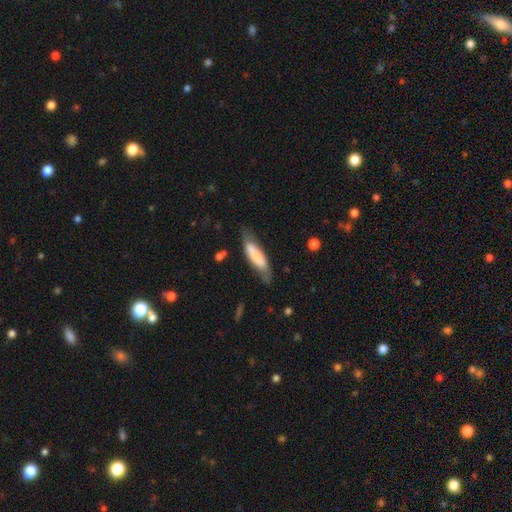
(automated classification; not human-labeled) A smooth galaxy with no disk features (72%) that is cigar-shaped (60%). Merging: none (53%).